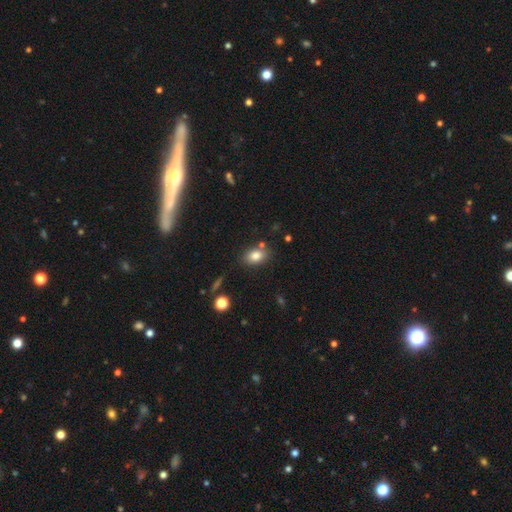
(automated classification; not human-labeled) Q: Smooth or featured?
A: smooth (81%); runner-up: featured or disk (10%)
Q: How rounded?
A: in between (82%); runner-up: round (16%)
Q: Merging?
A: none (77%); runner-up: minor disturbance (12%)